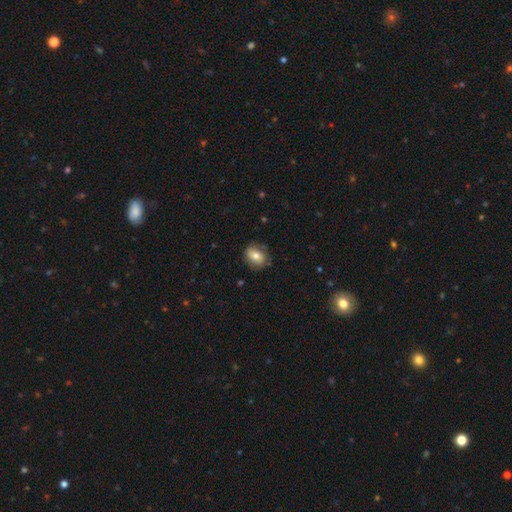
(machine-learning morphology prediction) A smooth galaxy with no disk features (67%) that is round (55%).

Vote fractions:
- Smooth or featured? smooth: 67% / featured or disk: 24% / star or artifact: 9%
- How rounded? round: 55% / in between: 44% / cigar-shaped: 1%
- Merging? none: 74% / minor disturbance: 20% / major disturbance: 6% / merger: 1%